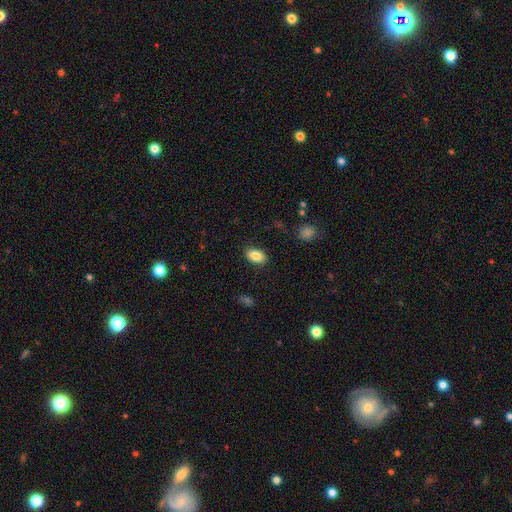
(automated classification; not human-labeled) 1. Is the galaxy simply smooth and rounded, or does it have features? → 84% smooth, 8% featured or disk, 8% star or artifact.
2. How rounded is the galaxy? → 90% in between, 8% round, 2% cigar-shaped.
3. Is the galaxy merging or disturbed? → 86% none, 10% minor disturbance, 3% major disturbance, 1% merger.